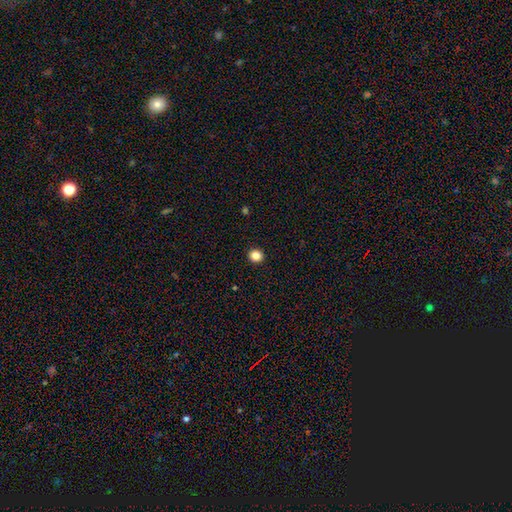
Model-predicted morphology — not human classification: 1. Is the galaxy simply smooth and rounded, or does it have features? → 85% smooth, 12% star or artifact, 4% featured or disk.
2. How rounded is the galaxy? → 87% round, 12% in between, 1% cigar-shaped.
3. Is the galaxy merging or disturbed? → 93% none, 4% minor disturbance, 1% major disturbance, 1% merger.